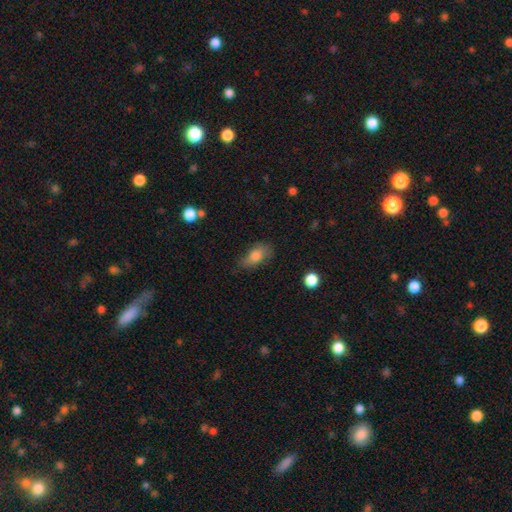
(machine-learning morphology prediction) smooth 79%, featured or disk 13%, star or artifact 8%. Down the decision tree: how rounded — in between (86%); merging — none (60%).